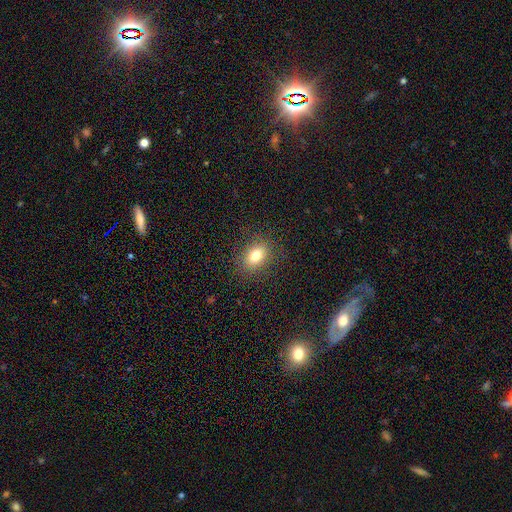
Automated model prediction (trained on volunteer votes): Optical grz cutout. It shows a smooth galaxy with no disk features (78%) that is in between round and cigar-shaped (75%). Merging: none (86%).